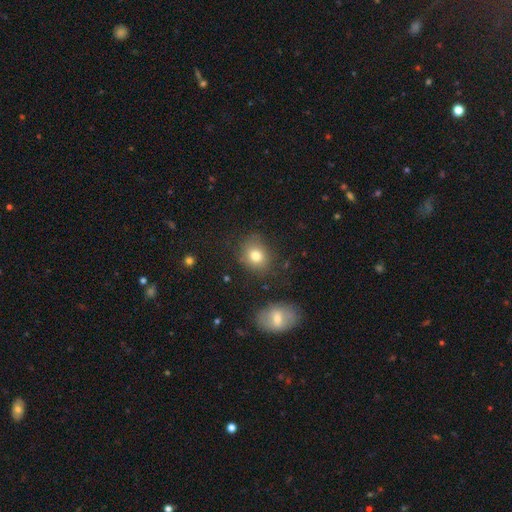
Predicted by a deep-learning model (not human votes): Smooth or featured: smooth — 78% (star or artifact — 12%)
How rounded: round — 64% (in between — 35%)
Merging: none — 75% (minor disturbance — 15%)